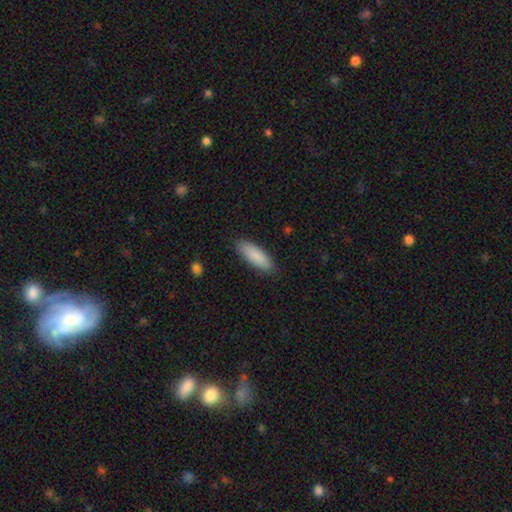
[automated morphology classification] smooth-or-featured: smooth: 89% | featured or disk: 6% | star or artifact: 6%
  how-rounded: in between: 57% | cigar-shaped: 42% | round: 1%
  merging: none: 88% | minor disturbance: 9% | major disturbance: 2% | merger: 1%